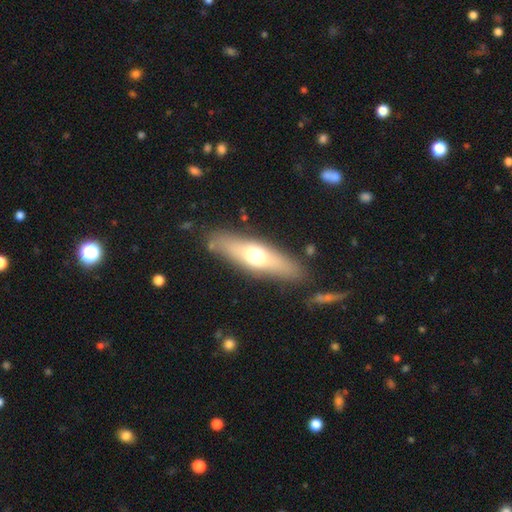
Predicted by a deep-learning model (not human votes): This is possibly a smooth galaxy (54%). How rounded: possibly cigar-shaped (58%). Merging: clearly none (84%).